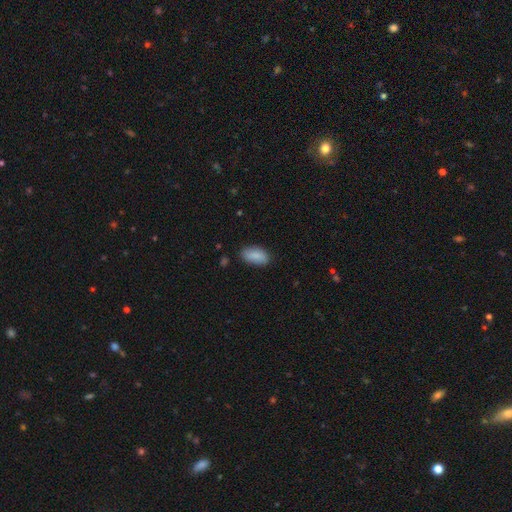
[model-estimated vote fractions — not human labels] A smooth galaxy with no disk features (87%) that is in between round and cigar-shaped (92%).

Vote fractions:
- Smooth or featured? smooth: 87% / star or artifact: 7% / featured or disk: 6%
- How rounded? in between: 92% / cigar-shaped: 5% / round: 3%
- Merging? none: 83% / minor disturbance: 13% / major disturbance: 3% / merger: 1%